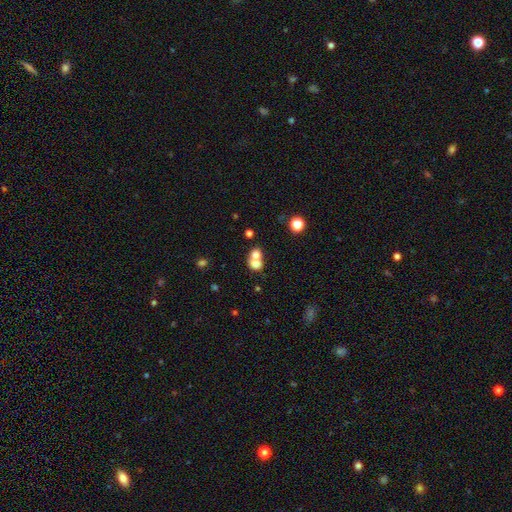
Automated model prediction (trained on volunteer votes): smooth-or-featured: smooth: 70% | featured or disk: 18% | star or artifact: 12%
  how-rounded: round: 57% | in between: 41% | cigar-shaped: 1%
  merging: merger: 69% | none: 22% | minor disturbance: 5% | major disturbance: 4%